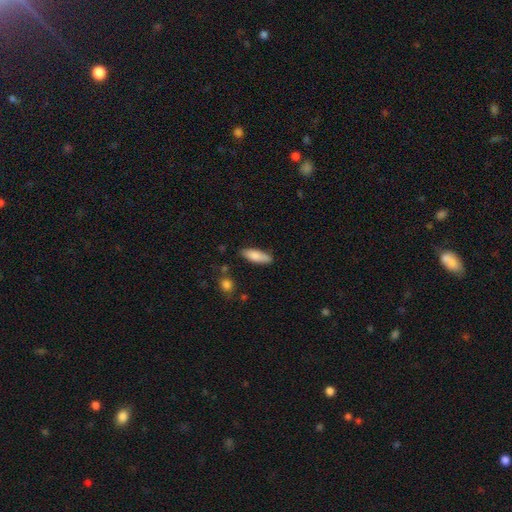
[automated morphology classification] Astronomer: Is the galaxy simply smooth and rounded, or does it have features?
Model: smooth — 84%.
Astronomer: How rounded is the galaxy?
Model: in between — 54% (runner-up: cigar-shaped, 44%).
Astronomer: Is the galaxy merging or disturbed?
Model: none — 81%.